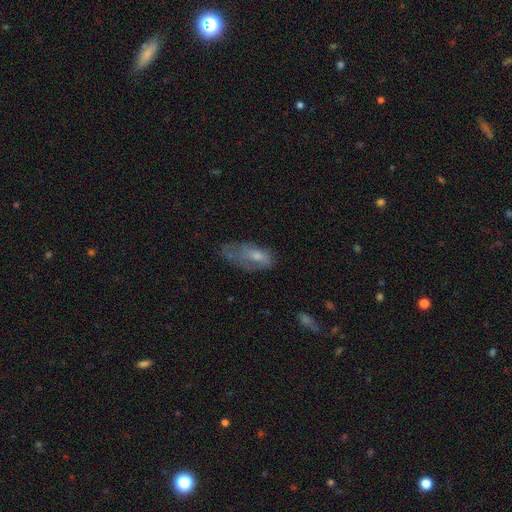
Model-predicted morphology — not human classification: Overall: smooth (62%; featured or disk 29%). How rounded: in between (84%). Merging: minor disturbance (33%, tied with major disturbance).